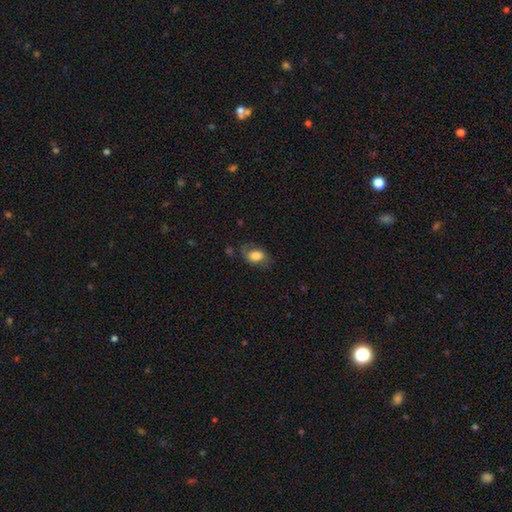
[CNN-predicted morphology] Smooth or featured? smooth (74%)
How rounded? in between (81%)
Merging? none (58%)